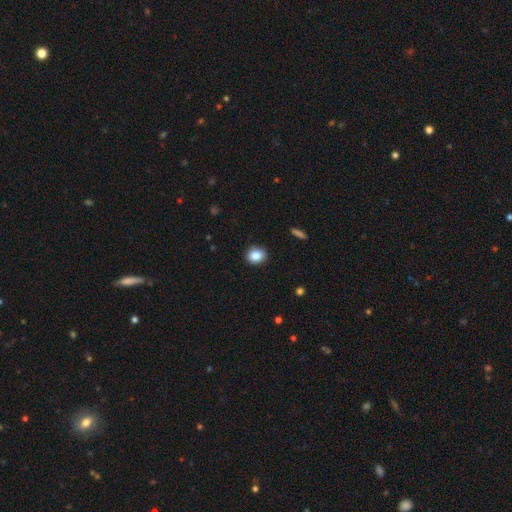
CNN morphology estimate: Smooth or featured: smooth — 86% (star or artifact — 9%)
How rounded: round — 58% (in between — 41%)
Merging: none — 88% (minor disturbance — 9%)